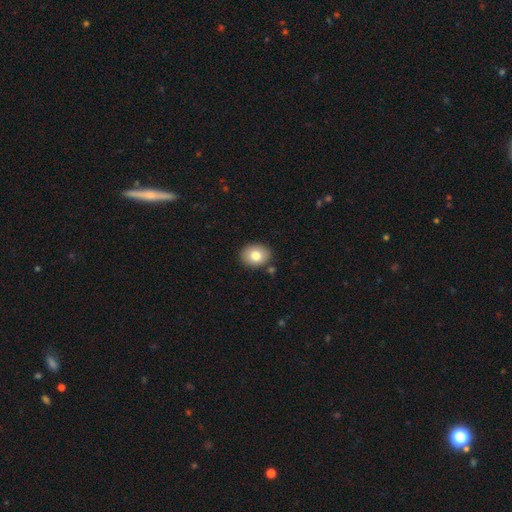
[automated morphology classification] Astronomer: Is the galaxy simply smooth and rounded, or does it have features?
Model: smooth — 79%.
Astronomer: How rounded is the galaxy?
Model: round — 51% (runner-up: in between, 48%).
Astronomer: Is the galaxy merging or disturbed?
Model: none — 85%.